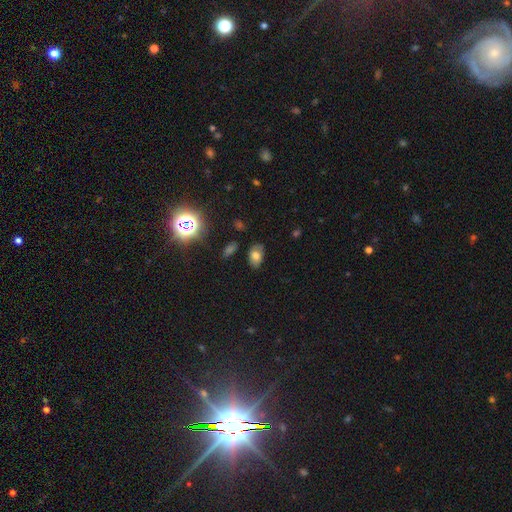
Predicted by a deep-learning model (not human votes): A smooth galaxy with no disk features (69%) that is in between round and cigar-shaped (88%). Merging: none (75%).